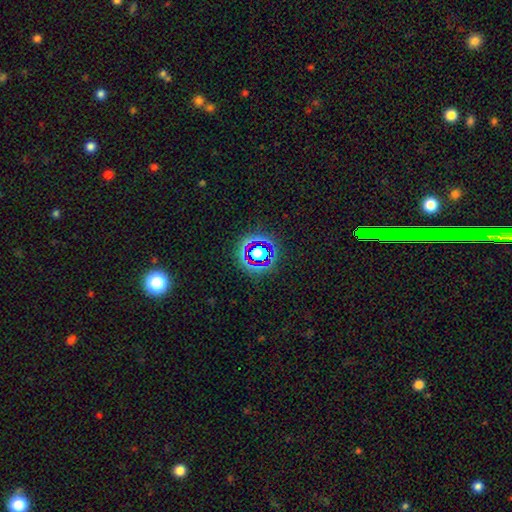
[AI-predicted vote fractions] A star or artifact, not a galaxy (56%).

Vote fractions:
- Smooth or featured? star or artifact: 56% / smooth: 32% / featured or disk: 13%